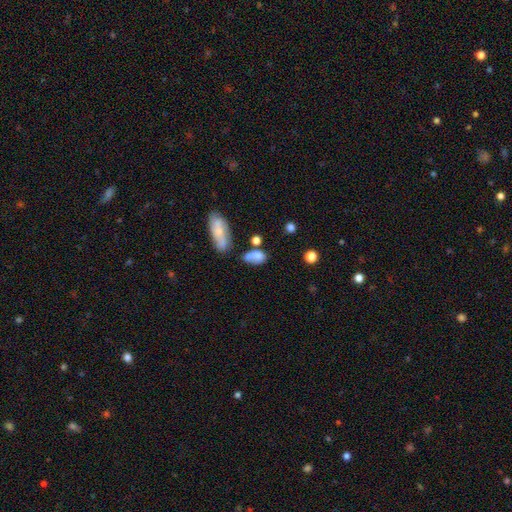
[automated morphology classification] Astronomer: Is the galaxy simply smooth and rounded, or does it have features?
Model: smooth — 72%.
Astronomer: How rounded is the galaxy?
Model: in between — 83%.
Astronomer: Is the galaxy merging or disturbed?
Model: none — 38% (runner-up: minor disturbance, 24%).